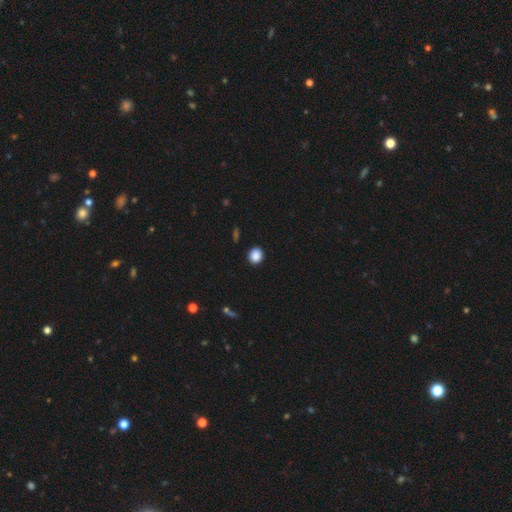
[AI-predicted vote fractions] Overall: smooth (88%). How rounded: round (82%). Merging: none (91%).